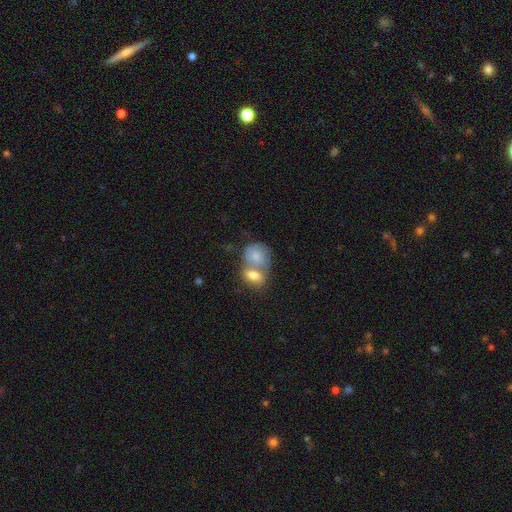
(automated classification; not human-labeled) This is likely a smooth galaxy (71%). How rounded: possibly in between (52%). Merging: likely merger (64%).